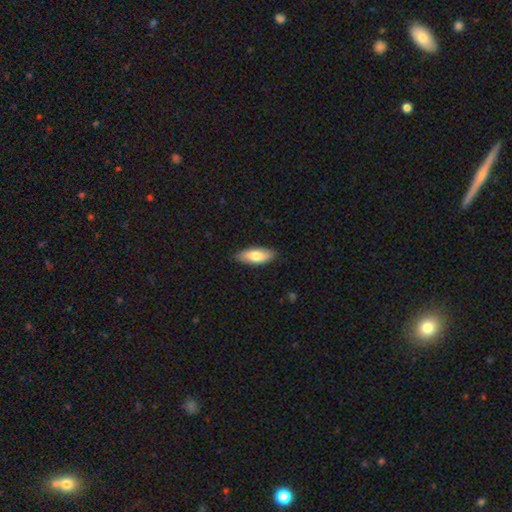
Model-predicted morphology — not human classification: smooth-or-featured: smooth: 76% | featured or disk: 18% | star or artifact: 6%
  how-rounded: in between: 79% | cigar-shaped: 19% | round: 2%
  merging: none: 87% | minor disturbance: 11% | major disturbance: 2% | merger: 1%